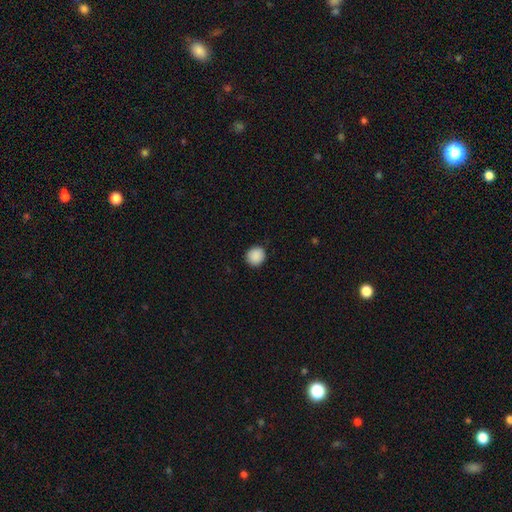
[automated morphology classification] Overall: smooth (90%). How rounded: round (88%). Merging: none (90%).